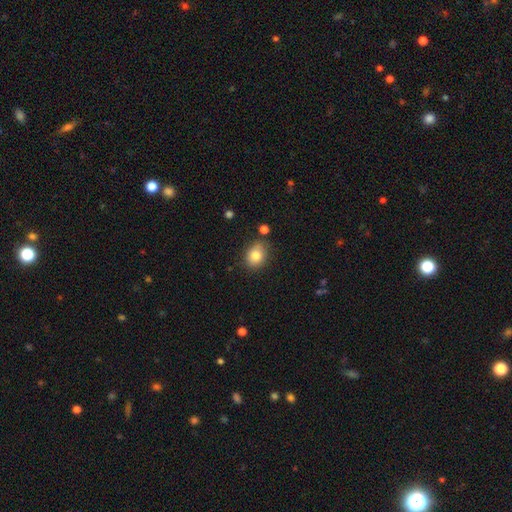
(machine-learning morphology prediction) smooth-or-featured: smooth: 82% | star or artifact: 10% | featured or disk: 9%
  how-rounded: round: 54% | in between: 45% | cigar-shaped: 1%
  merging: none: 77% | minor disturbance: 15% | merger: 4% | major disturbance: 3%